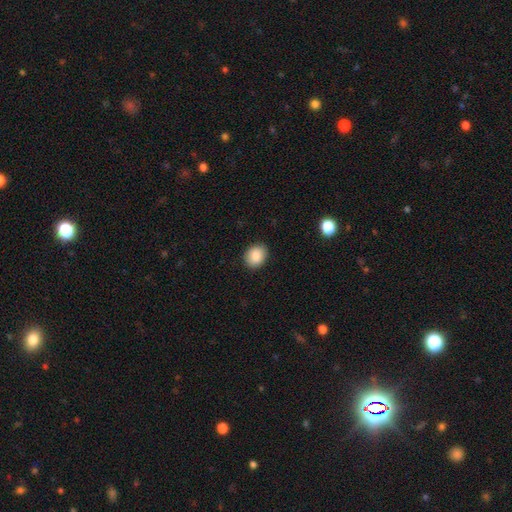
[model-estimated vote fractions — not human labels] The model was most divided on "how rounded": round: 52%, in between: 47%, cigar-shaped: 1%. More confident: merging — none (89%); smooth or featured — smooth (88%).